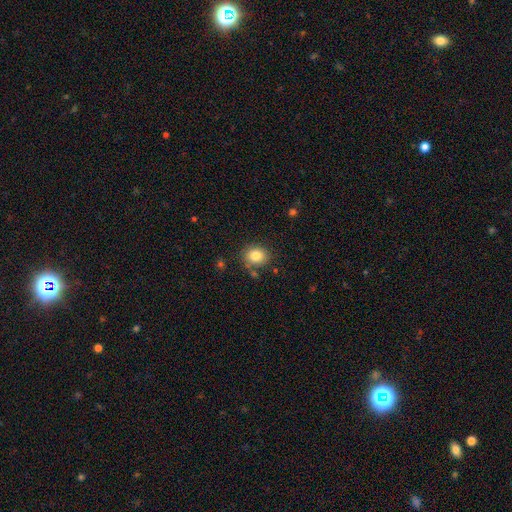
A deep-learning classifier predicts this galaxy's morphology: A smooth galaxy with no disk features (82%) that is round (69%).

Vote fractions:
- Smooth or featured? smooth: 82% / star or artifact: 10% / featured or disk: 8%
- How rounded? round: 69% / in between: 30% / cigar-shaped: 1%
- Merging? none: 79% / minor disturbance: 12% / merger: 5% / major disturbance: 4%